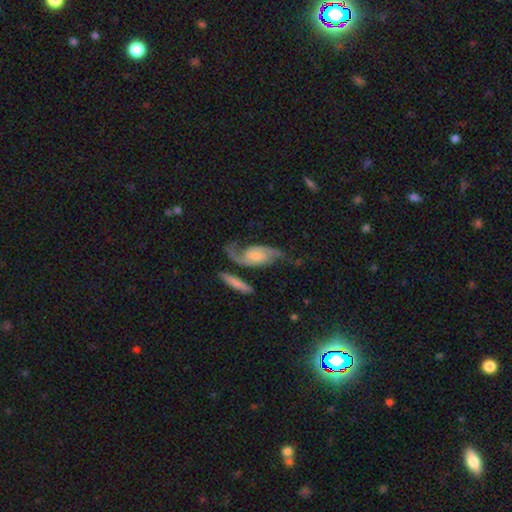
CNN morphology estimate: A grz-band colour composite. It shows a featured or disk galaxy (86%) with no bar (48%), 2 (90%) medium (45%) spiral arms (97%) and a small central bulge (48%). Merging: none (57%).